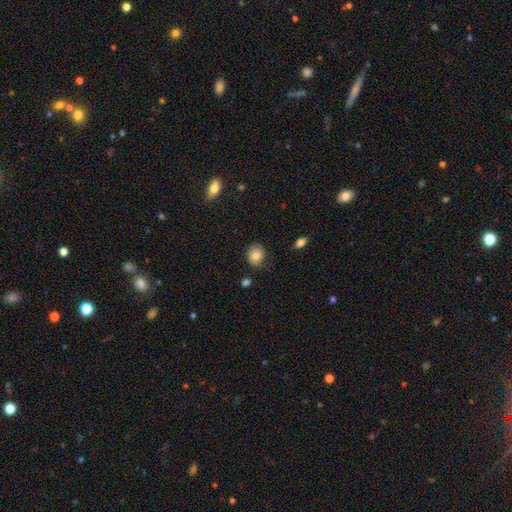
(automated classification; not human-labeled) Smooth or featured? Predicted: smooth (p=0.78). How rounded? Predicted: round (p=0.56). Merging? Predicted: none (p=0.79).